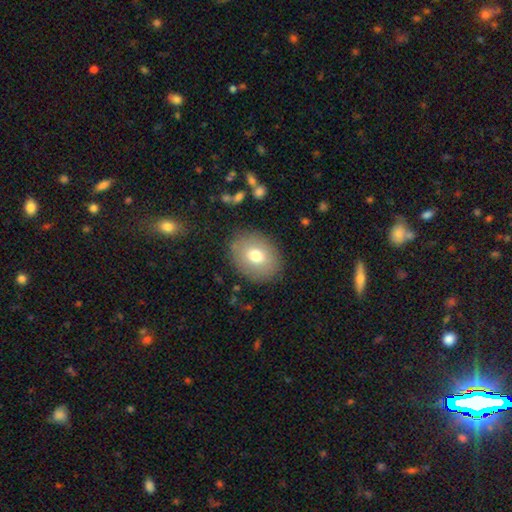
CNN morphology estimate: Smooth or featured: smooth — 72% (featured or disk — 19%)
How rounded: in between — 55% (round — 44%)
Merging: none — 84% (minor disturbance — 11%)